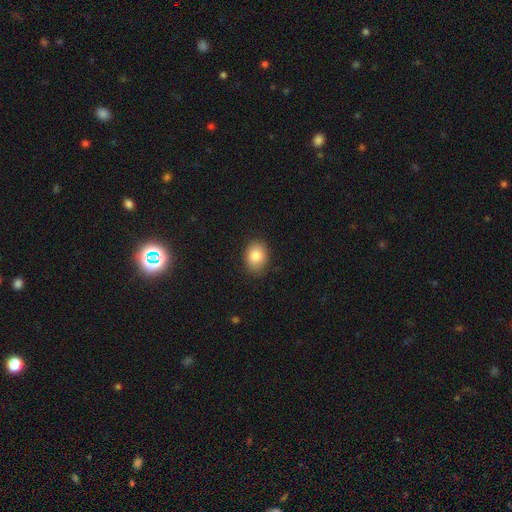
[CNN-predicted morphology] This appears to be a smooth galaxy with no disk features (85%) that is in between round and cigar-shaped (65%). Merging: none (86%).